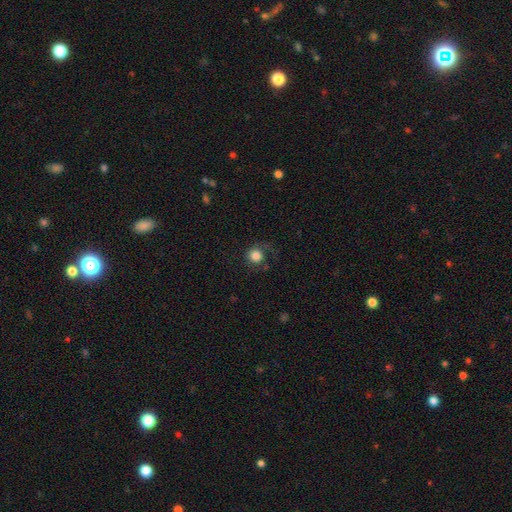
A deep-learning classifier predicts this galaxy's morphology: A smooth galaxy with no disk features (80%) that is round (89%).

Vote fractions:
- Smooth or featured? smooth: 80% / featured or disk: 11% / star or artifact: 9%
- How rounded? round: 89% / in between: 10% / cigar-shaped: 1%
- Merging? none: 60% / major disturbance: 19% / minor disturbance: 19% / merger: 2%